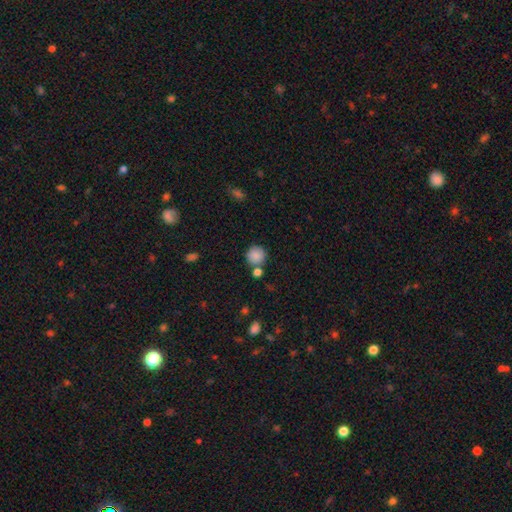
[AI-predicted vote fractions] A smooth galaxy with no disk features (87%) that is round (92%). Merging: none (73%).